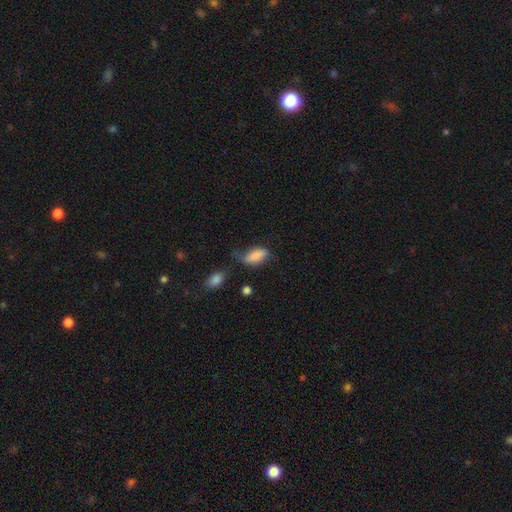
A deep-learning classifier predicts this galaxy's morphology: type=smooth (81%); roundness=in between (86%); merging=none (39%).